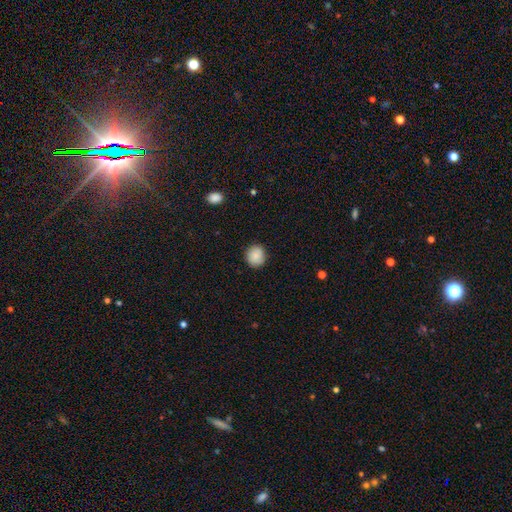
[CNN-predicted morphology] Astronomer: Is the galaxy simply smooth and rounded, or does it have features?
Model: smooth — 87%.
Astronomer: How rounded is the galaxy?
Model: round — 86%.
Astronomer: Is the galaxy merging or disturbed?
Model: none — 88%.